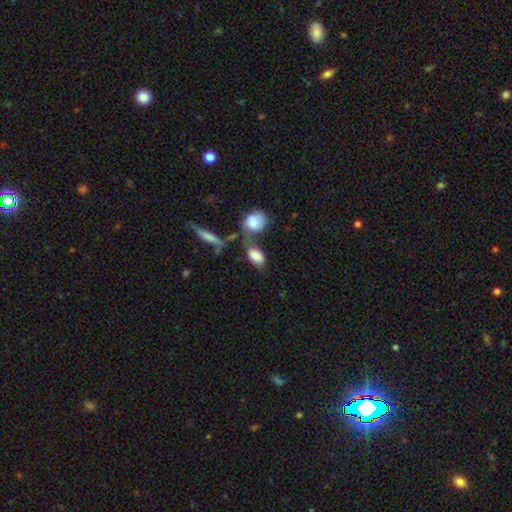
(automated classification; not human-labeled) Smooth or featured? Predicted: smooth (p=0.82). How rounded? Predicted: in between (p=0.88). Merging? Predicted: merger (p=0.39).